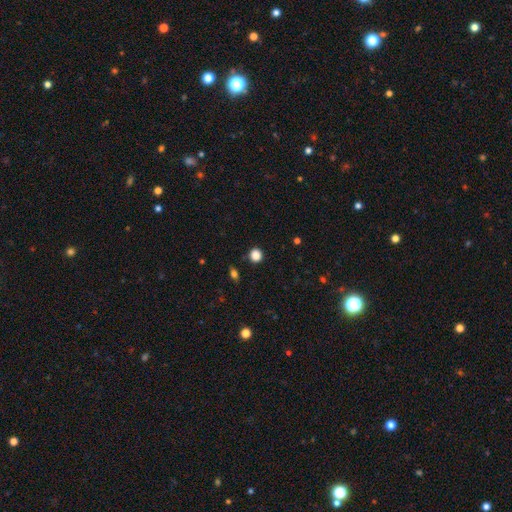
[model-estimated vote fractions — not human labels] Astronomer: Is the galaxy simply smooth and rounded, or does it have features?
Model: smooth — 85%.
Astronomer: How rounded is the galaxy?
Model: round — 88%.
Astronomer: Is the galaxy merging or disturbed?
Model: none — 88%.